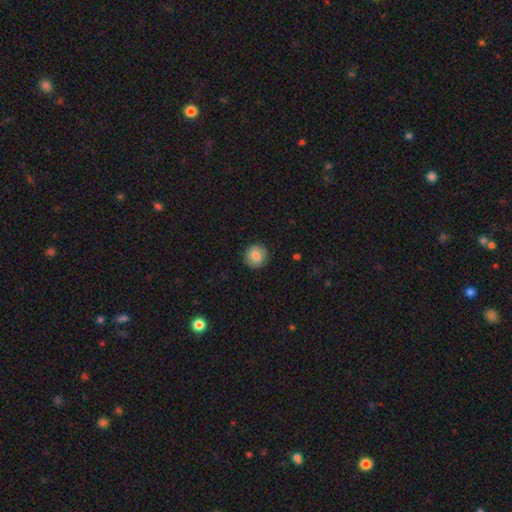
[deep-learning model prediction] smooth_or_featured: smooth (p=0.84) [alt: star or artifact p=0.08]
how_rounded: round (p=0.93) [alt: in between p=0.06]
merging: none (p=0.91) [alt: minor disturbance p=0.06]